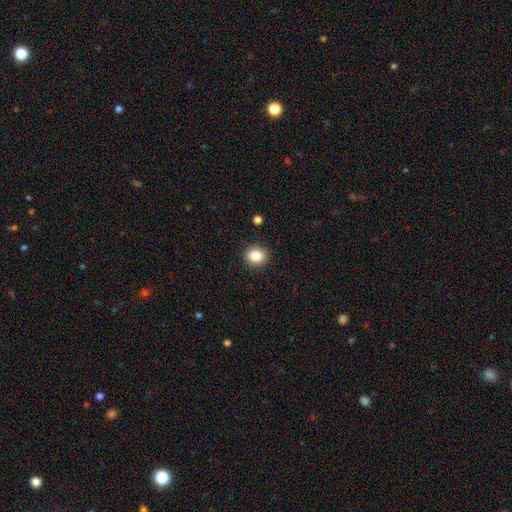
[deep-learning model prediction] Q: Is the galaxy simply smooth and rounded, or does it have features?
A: smooth — 86%.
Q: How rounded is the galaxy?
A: round — 62%.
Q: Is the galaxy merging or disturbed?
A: none — 90%.